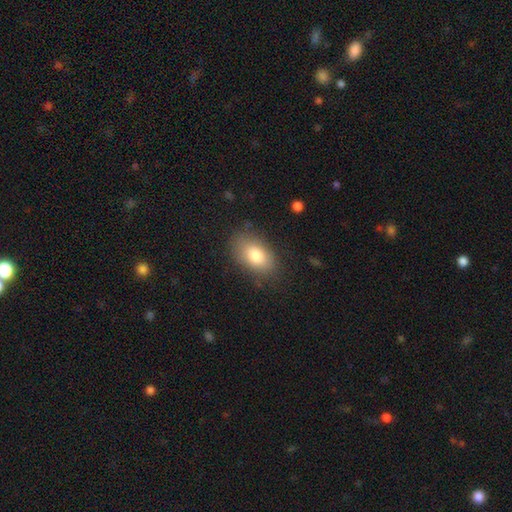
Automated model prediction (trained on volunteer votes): This is likely a smooth galaxy (80%). How rounded: clearly in between (89%). Merging: likely none (78%).